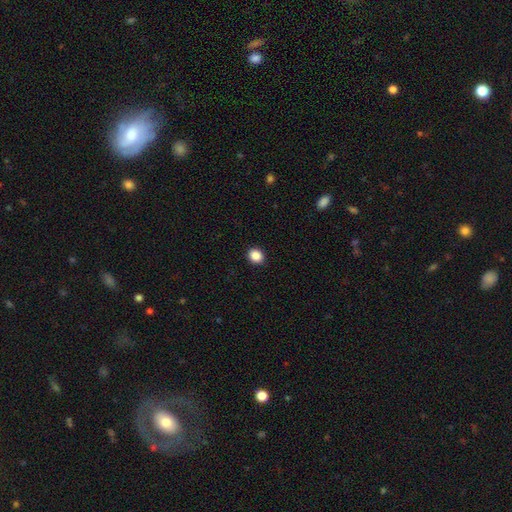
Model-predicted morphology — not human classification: Smooth or featured?
  - smooth: 88% *
  - star or artifact: 9%
  - featured or disk: 3%
How rounded?
  - round: 65% *
  - in between: 34%
  - cigar-shaped: 1%
Merging?
  - none: 92% *
  - minor disturbance: 6%
  - major disturbance: 2%
  - merger: 1%